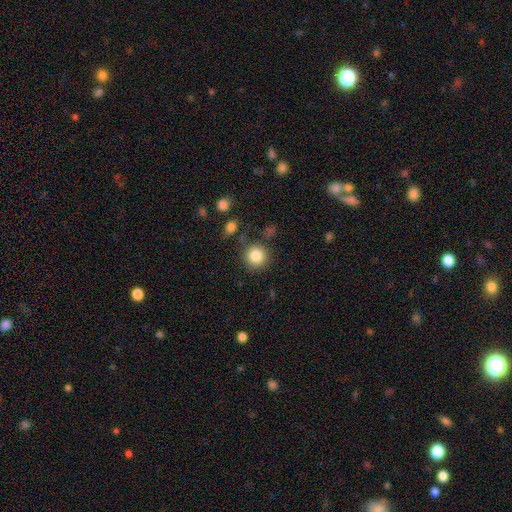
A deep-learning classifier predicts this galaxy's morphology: A smooth galaxy with no disk features (85%) that is round (91%).

Vote fractions:
- Smooth or featured? smooth: 85% / star or artifact: 10% / featured or disk: 6%
- How rounded? round: 91% / in between: 8% / cigar-shaped: 1%
- Merging? none: 82% / minor disturbance: 9% / merger: 4% / major disturbance: 4%